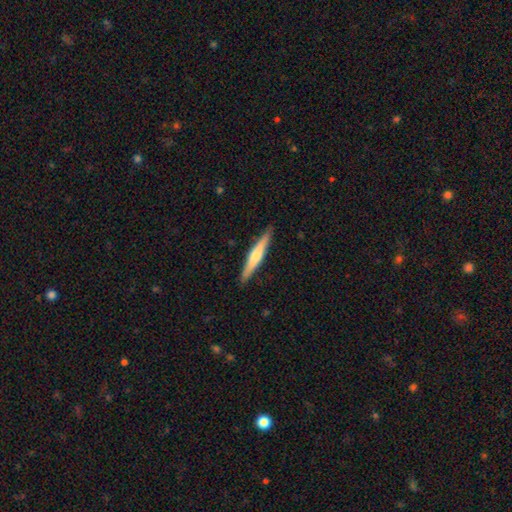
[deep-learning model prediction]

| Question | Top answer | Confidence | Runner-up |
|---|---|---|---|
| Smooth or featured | featured or disk | 48% | smooth (47%) |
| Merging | none | 90% | minor disturbance (8%) |